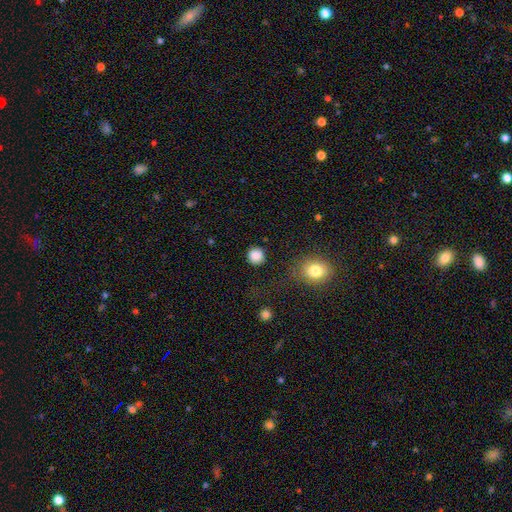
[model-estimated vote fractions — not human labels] smooth 87%, star or artifact 10%, featured or disk 4%. Down the decision tree: how rounded — round (92%); merging — none (87%).